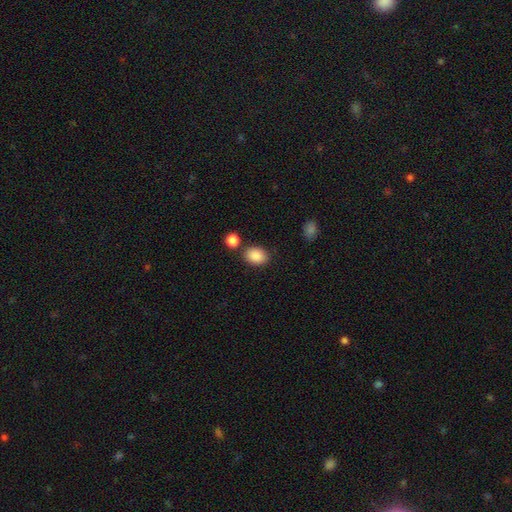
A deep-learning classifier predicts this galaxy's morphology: A smooth galaxy with no disk features (88%) that is in between round and cigar-shaped (74%).

Vote fractions:
- Smooth or featured? smooth: 88% / star or artifact: 8% / featured or disk: 4%
- How rounded? in between: 74% / round: 25% / cigar-shaped: 1%
- Merging? none: 77% / minor disturbance: 11% / merger: 9% / major disturbance: 3%